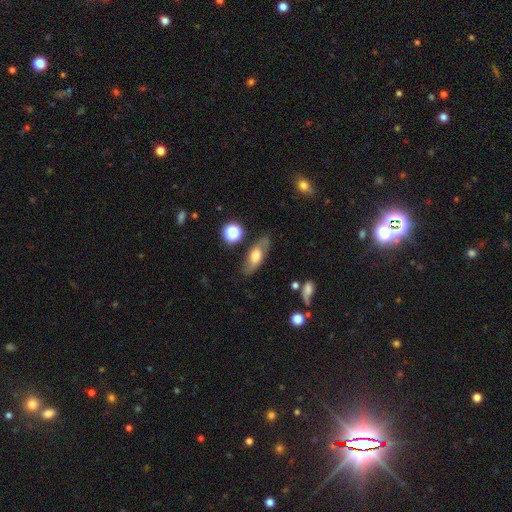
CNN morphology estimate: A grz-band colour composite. It shows a smooth galaxy with no disk features (50%) that is in between round and cigar-shaped (70%). Merging: none (77%).